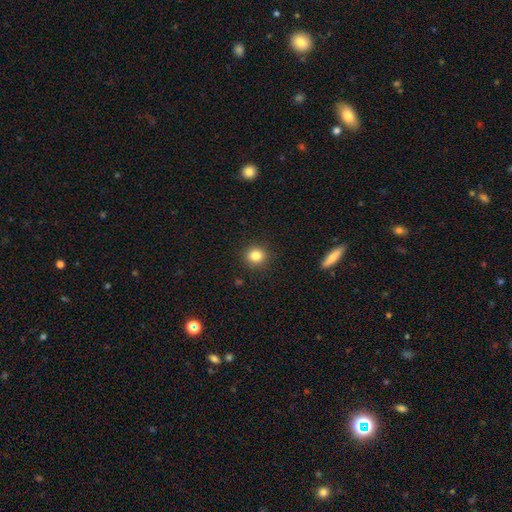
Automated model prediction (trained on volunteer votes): Smooth or featured? smooth (83%)
How rounded? round (88%)
Merging? none (91%)